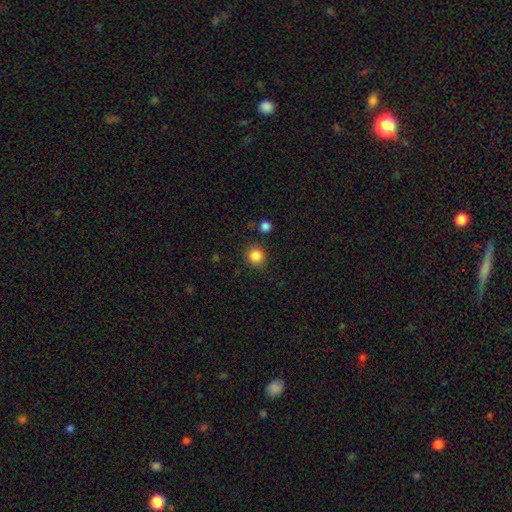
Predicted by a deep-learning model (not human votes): A smooth galaxy with no disk features (86%) that is round (92%).

Vote fractions:
- Smooth or featured? smooth: 86% / star or artifact: 11% / featured or disk: 3%
- How rounded? round: 92% / in between: 7% / cigar-shaped: 1%
- Merging? none: 87% / minor disturbance: 7% / merger: 3% / major disturbance: 3%